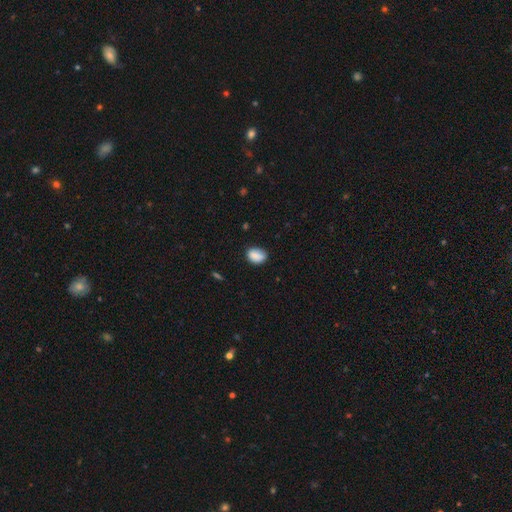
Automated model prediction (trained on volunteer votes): A smooth galaxy with no disk features (86%) that is in between round and cigar-shaped (74%).

Vote fractions:
- Smooth or featured? smooth: 86% / star or artifact: 8% / featured or disk: 6%
- How rounded? in between: 74% / round: 25% / cigar-shaped: 1%
- Merging? none: 73% / minor disturbance: 21% / major disturbance: 4% / merger: 2%